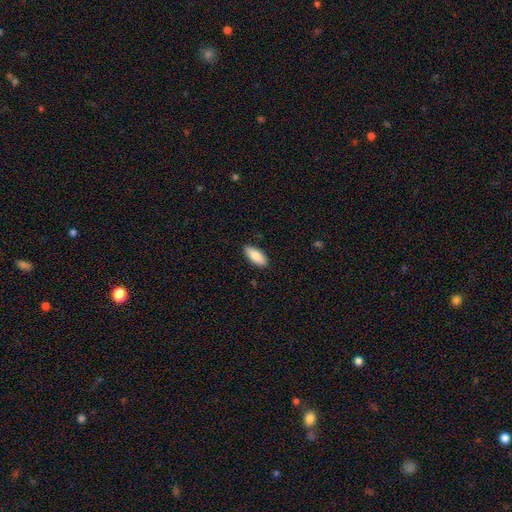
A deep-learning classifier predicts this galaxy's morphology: Q: Smooth or featured?
A: smooth (83%); runner-up: featured or disk (11%)
Q: How rounded?
A: in between (82%); runner-up: cigar-shaped (17%)
Q: Merging?
A: none (89%); runner-up: minor disturbance (8%)